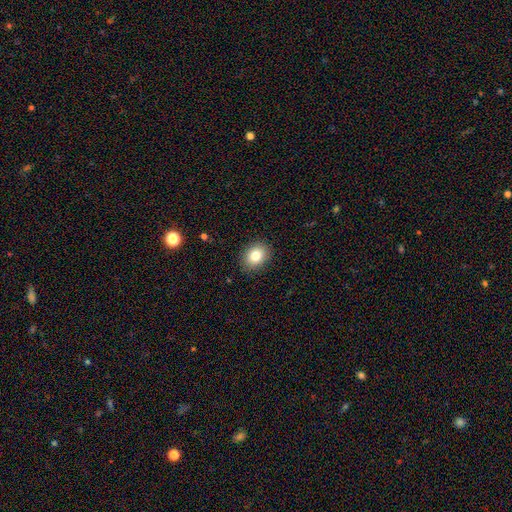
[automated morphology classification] Smooth or featured? Predicted: smooth (p=0.83). How rounded? Predicted: in between (p=0.56). Merging? Predicted: none (p=0.89).